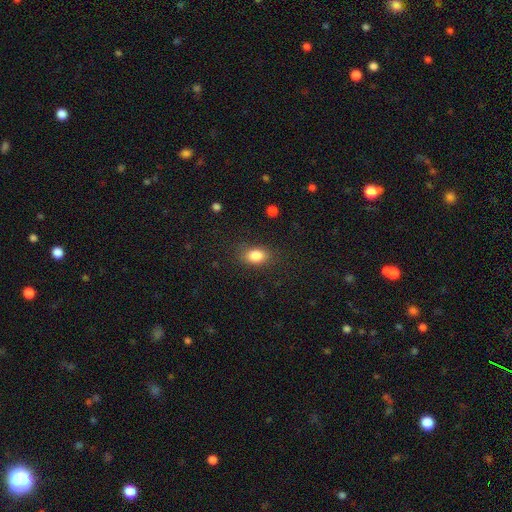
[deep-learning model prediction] smooth 85%, star or artifact 9%, featured or disk 7%. Down the decision tree: how rounded — in between (81%); merging — none (82%).